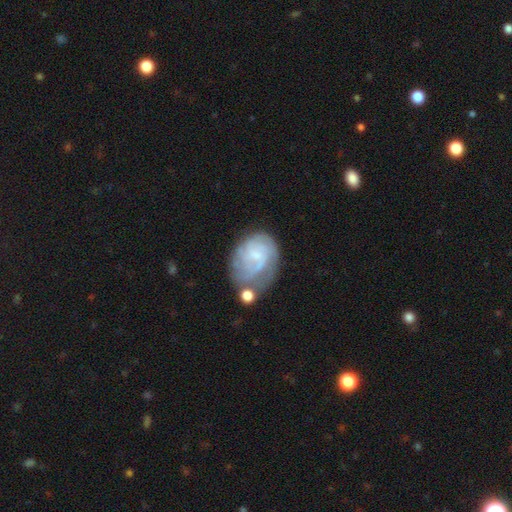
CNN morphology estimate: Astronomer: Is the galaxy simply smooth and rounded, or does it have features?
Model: featured or disk — 64%.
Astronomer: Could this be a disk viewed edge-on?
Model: no — 98%.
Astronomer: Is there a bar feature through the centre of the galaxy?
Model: no — 60% (runner-up: weak, 35%).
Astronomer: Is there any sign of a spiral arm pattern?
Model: yes — 80%.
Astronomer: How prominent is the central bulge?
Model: small — 59%.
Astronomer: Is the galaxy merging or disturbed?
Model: none — 36% (runner-up: minor disturbance, 27%).